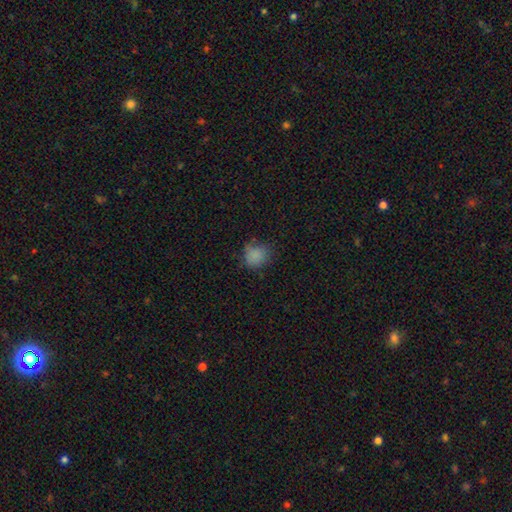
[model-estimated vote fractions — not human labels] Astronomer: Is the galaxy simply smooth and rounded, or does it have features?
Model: smooth — 82%.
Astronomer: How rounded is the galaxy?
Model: round — 78%.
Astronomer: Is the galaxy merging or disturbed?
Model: none — 68%.